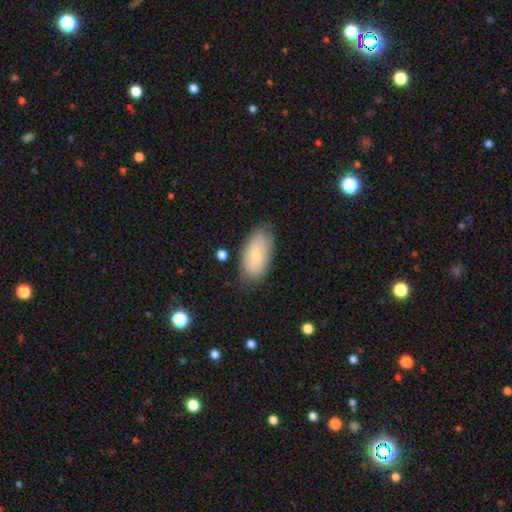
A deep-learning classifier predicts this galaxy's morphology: smooth_or_featured: smooth (p=0.68) [alt: featured or disk p=0.26]
how_rounded: in between (p=0.94) [alt: round p=0.03]
merging: none (p=0.76) [alt: minor disturbance p=0.18]